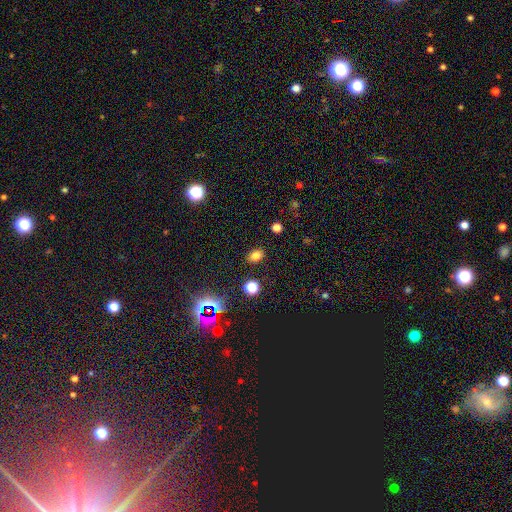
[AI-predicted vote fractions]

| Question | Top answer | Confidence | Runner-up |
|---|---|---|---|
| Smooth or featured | smooth | 75% | star or artifact (18%) |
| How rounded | in between | 71% | round (28%) |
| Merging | none | 86% | minor disturbance (9%) |